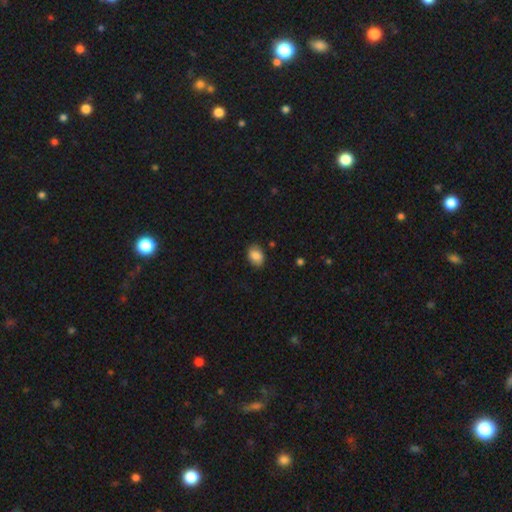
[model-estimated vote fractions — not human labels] This appears to be a smooth galaxy with no disk features (85%) that is in between round and cigar-shaped (83%). Merging: none (84%).